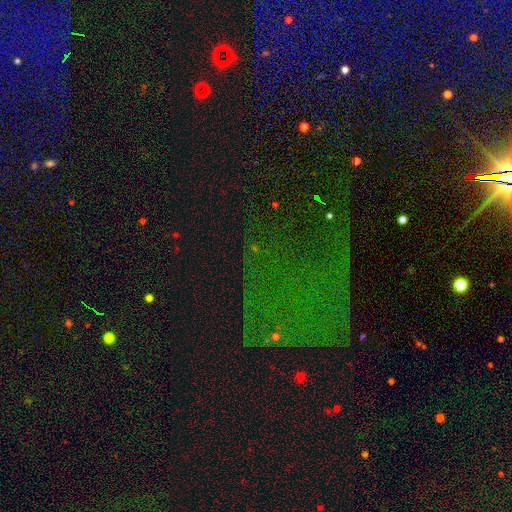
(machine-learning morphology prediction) smooth_or_featured: star or artifact (p=0.77) [alt: smooth p=0.12]